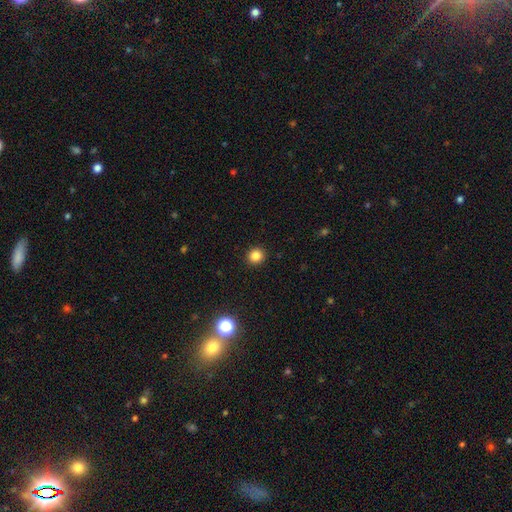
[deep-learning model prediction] Overall: smooth (84%). How rounded: round (92%). Merging: none (93%).